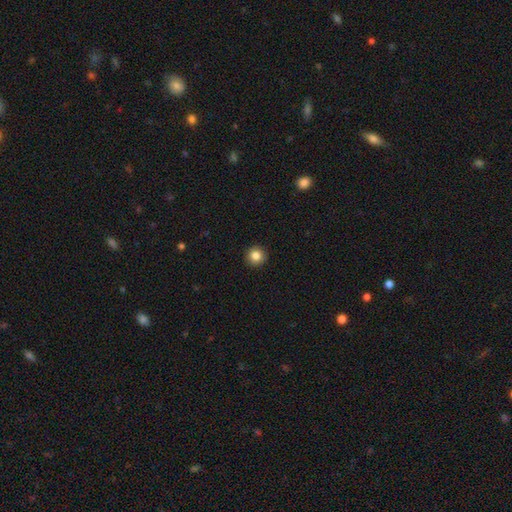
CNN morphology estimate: This appears to be a smooth galaxy with no disk features (85%) that is round (95%). Merging: none (93%).